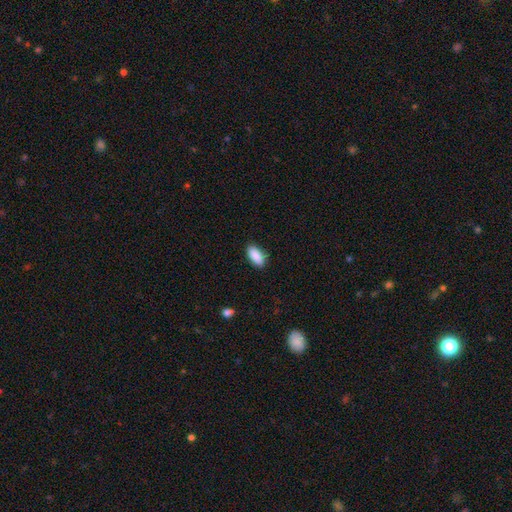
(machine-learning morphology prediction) Smooth or featured: smooth — 90% (star or artifact — 7%)
How rounded: in between — 89% (cigar-shaped — 8%)
Merging: none — 85% (minor disturbance — 11%)